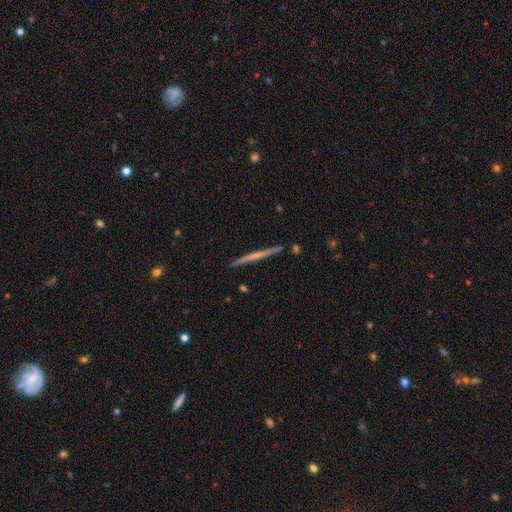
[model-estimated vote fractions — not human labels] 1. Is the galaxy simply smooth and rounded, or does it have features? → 54% featured or disk, 40% smooth, 6% star or artifact.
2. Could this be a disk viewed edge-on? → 98% yes, 2% no.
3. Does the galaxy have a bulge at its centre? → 81% none, 14% rounded, 5% boxy.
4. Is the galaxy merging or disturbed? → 92% none, 6% minor disturbance, 2% merger, 1% major disturbance.